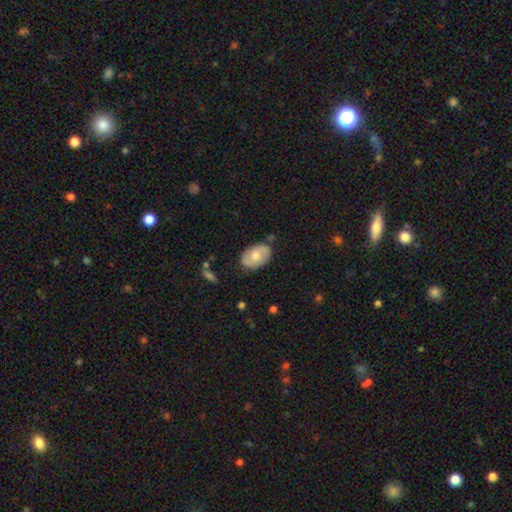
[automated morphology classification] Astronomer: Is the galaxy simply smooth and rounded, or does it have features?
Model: smooth — 52% (runner-up: featured or disk, 41%).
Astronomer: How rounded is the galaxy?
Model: in between — 88%.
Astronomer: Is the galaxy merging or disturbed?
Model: none — 78%.